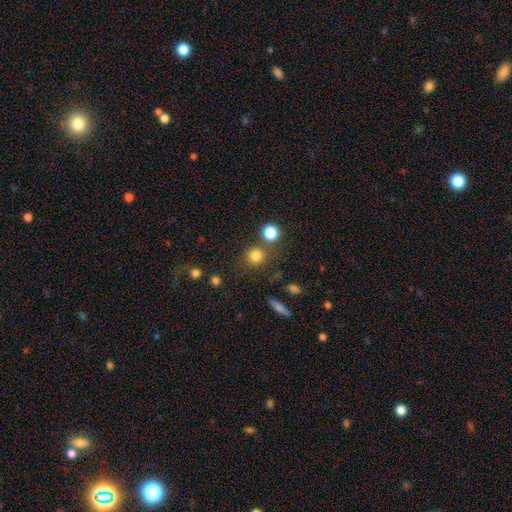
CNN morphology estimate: smooth_or_featured: smooth (p=0.80) [alt: star or artifact p=0.14]
how_rounded: round (p=0.90) [alt: in between p=0.09]
merging: none (p=0.75) [alt: merger p=0.12]